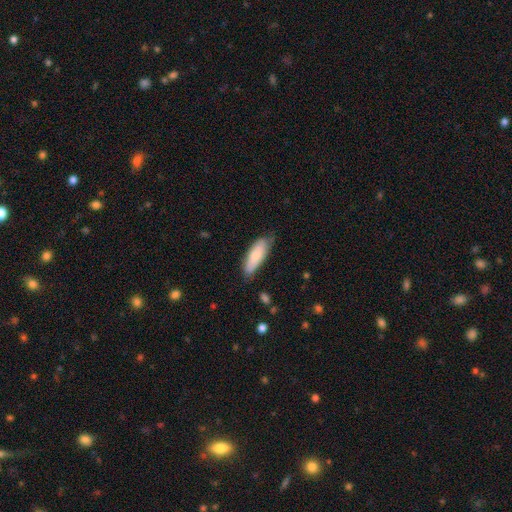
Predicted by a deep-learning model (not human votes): This is likely a smooth galaxy (77%). How rounded: likely in between (62%). Merging: likely none (66%).